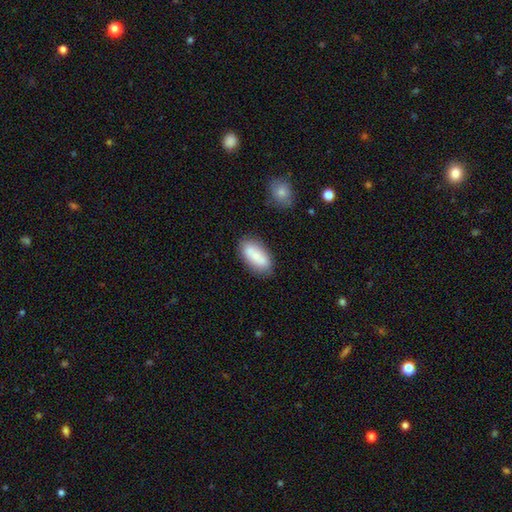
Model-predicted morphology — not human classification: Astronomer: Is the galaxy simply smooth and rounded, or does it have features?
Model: smooth — 74%.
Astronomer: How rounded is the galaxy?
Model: in between — 89%.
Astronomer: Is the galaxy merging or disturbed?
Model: none — 77%.